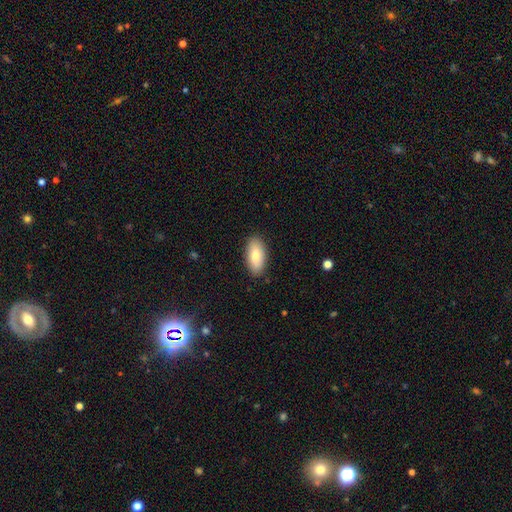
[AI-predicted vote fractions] smooth-or-featured: smooth: 80% | featured or disk: 13% | star or artifact: 6%
  how-rounded: in between: 91% | cigar-shaped: 7% | round: 2%
  merging: none: 88% | minor disturbance: 9% | major disturbance: 2% | merger: 1%